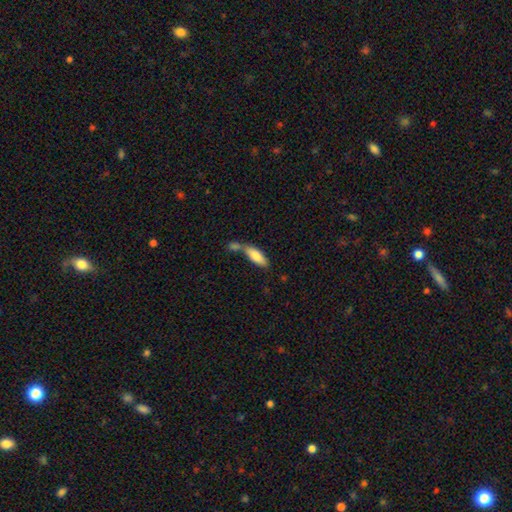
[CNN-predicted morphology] This appears to be a smooth galaxy with no disk features (79%) that is in between round and cigar-shaped (68%). Merging: merger (47%).